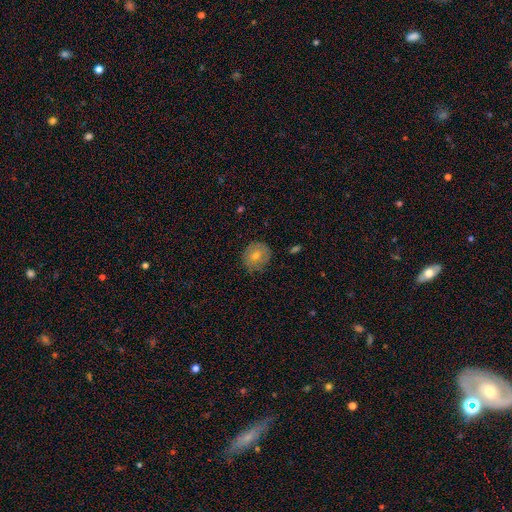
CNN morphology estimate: Smooth or featured?
  - smooth: 51% *
  - featured or disk: 37%
  - star or artifact: 12%
How rounded?
  - round: 89% *
  - in between: 9%
  - cigar-shaped: 1%
Merging?
  - none: 80% *
  - minor disturbance: 15%
  - major disturbance: 3%
  - merger: 1%